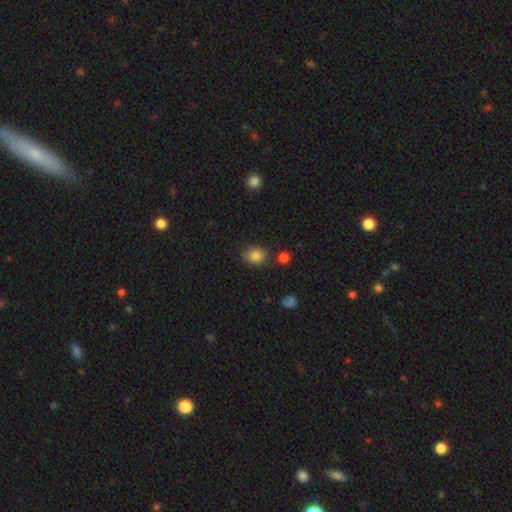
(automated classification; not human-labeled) This is clearly a smooth galaxy (83%). How rounded: possibly in between (51%). Merging: likely none (76%).